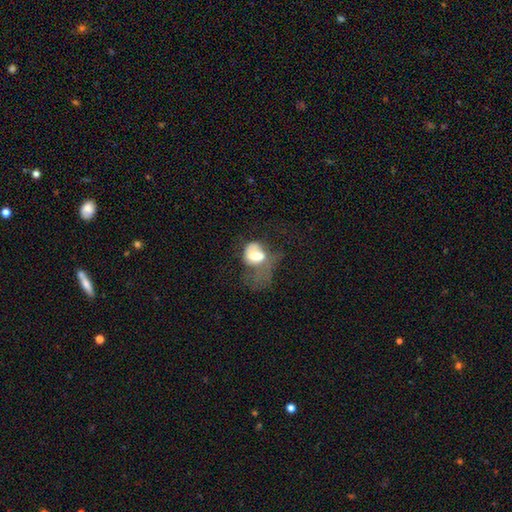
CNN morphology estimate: smooth 54%, featured or disk 36%, star or artifact 10%. Down the decision tree: how rounded — in between (66%); merging — major disturbance (59%).